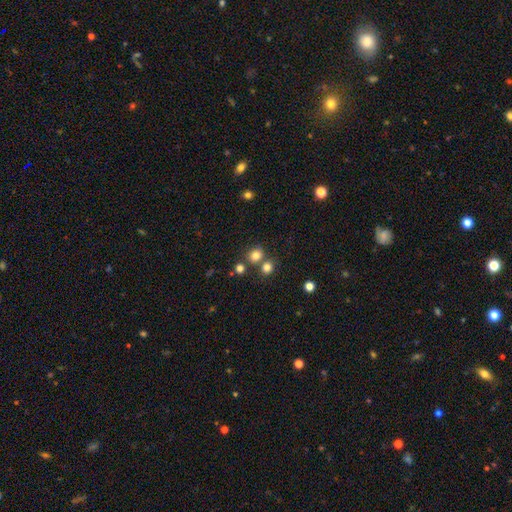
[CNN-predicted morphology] Smooth or featured: smooth — 80% (star or artifact — 14%)
How rounded: round — 74% (in between — 25%)
Merging: none — 64% (merger — 24%)